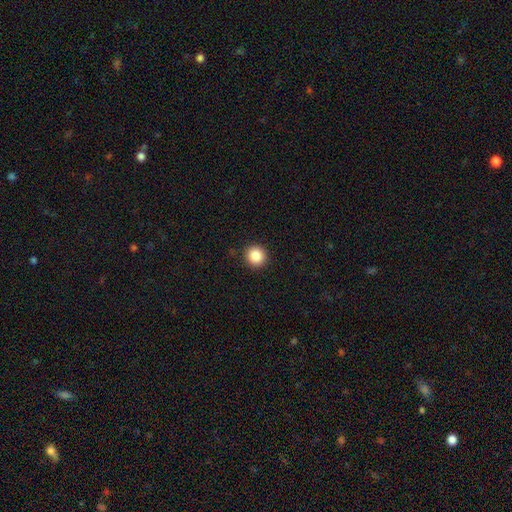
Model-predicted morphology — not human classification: Smooth or featured? smooth (88%)
How rounded? round (93%)
Merging? none (91%)